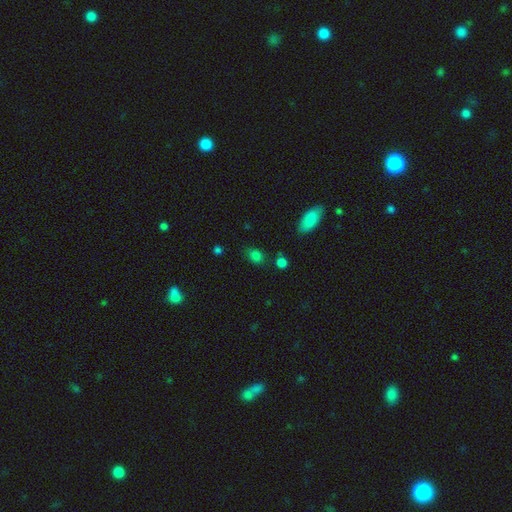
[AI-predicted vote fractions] The model was most divided on "how rounded": in between: 69%, round: 29%, cigar-shaped: 2%. More confident: smooth or featured — smooth (80%); merging — none (73%).